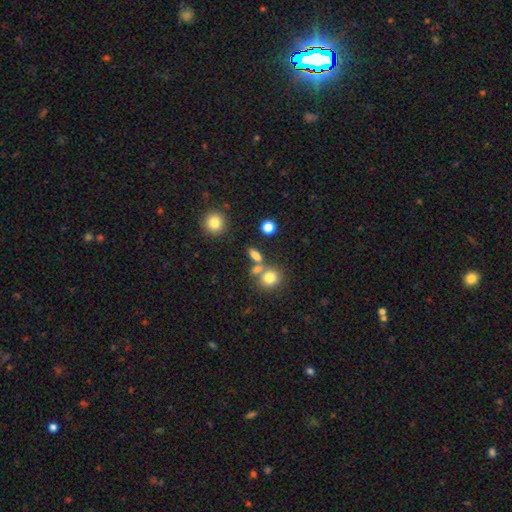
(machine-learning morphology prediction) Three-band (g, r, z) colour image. It shows a smooth galaxy with no disk features (76%) that is in between round and cigar-shaped (55%). Merging: none (56%).